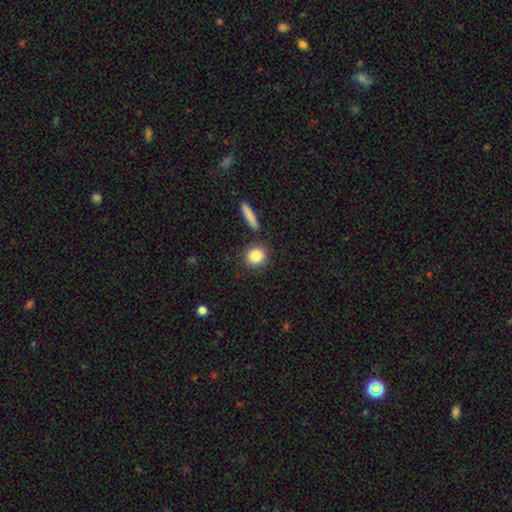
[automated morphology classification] This is clearly a smooth galaxy (85%). How rounded: clearly round (85%). Merging: clearly none (84%).